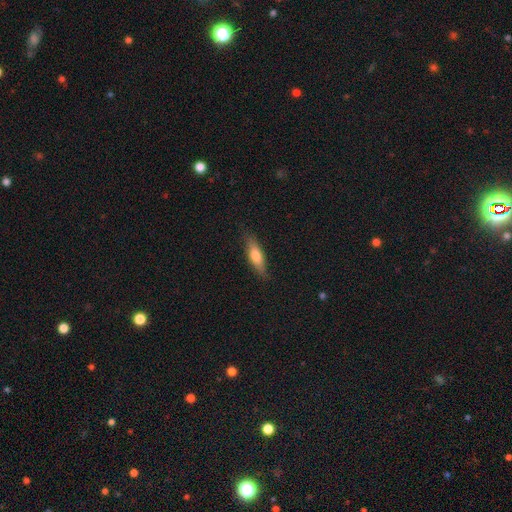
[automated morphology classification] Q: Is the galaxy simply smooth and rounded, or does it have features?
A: smooth — 68%.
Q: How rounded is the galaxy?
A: cigar-shaped — 51%.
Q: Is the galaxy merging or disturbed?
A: none — 81%.